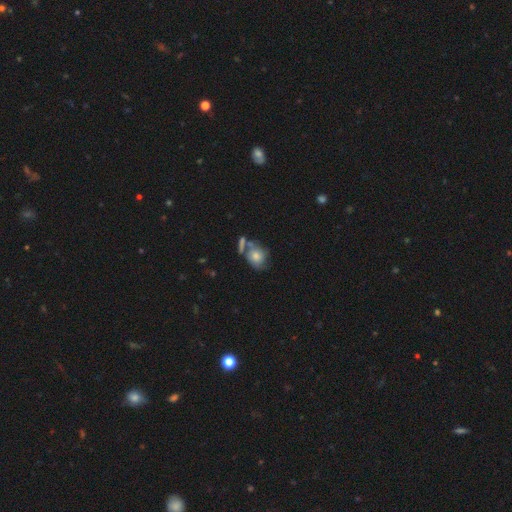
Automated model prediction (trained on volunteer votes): The model was most divided on "how rounded": round: 51%, in between: 48%, cigar-shaped: 2%. Remaining: smooth or featured — smooth (64%); merging — none (43%).